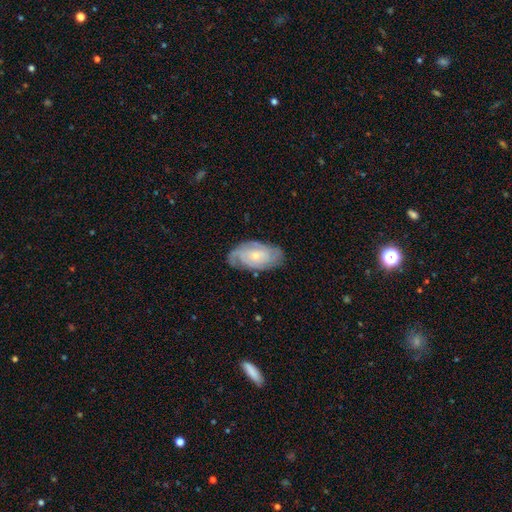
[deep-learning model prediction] smooth-or-featured: featured or disk: 76% | smooth: 18% | star or artifact: 6%
  disk-edge-on: no: 95% | yes: 5%
    bar: no: 72% | weak: 24% | strong: 4%
    has-spiral-arms: yes: 93% | no: 7%
      spiral-winding: tight: 65% | medium: 28% | loose: 7%
      spiral-arm-count: can't tell: 35% | 2: 28% | 3: 18% | 4: 9% | 1: 6% | more than 4: 4%
    bulge-size: small: 69% | moderate: 27% | none: 2% | large: 1% | dominant: 1%
  merging: none: 74% | minor disturbance: 20% | major disturbance: 6% | merger: 1%